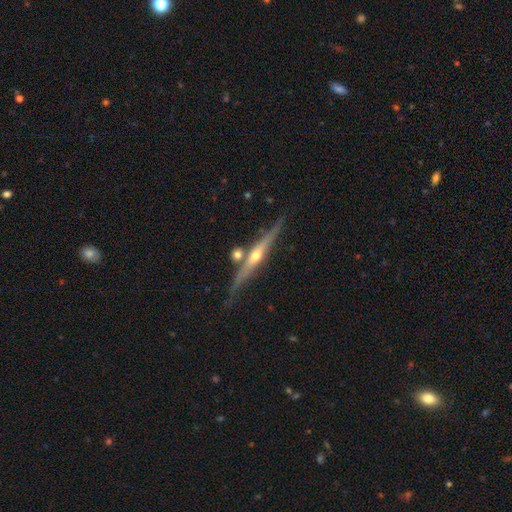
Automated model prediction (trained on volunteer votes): Smooth or featured? featured or disk (77%)
Edge-on disk? yes (96%)
Edge-on bulge? rounded (87%)
Merging? none (77%)